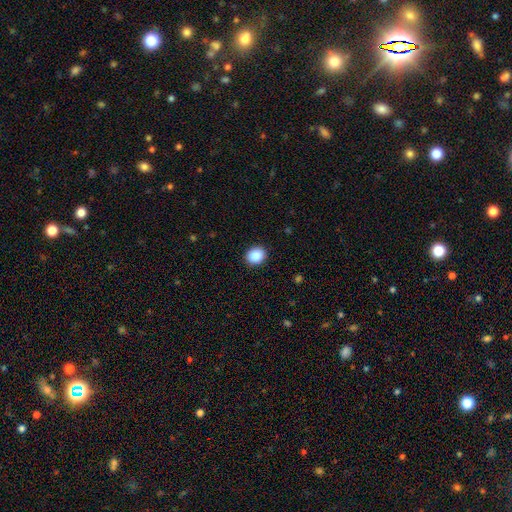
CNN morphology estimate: The model was most divided on "how rounded": round: 63%, in between: 37%, cigar-shaped: 1%. More confident: merging — none (91%); smooth or featured — smooth (88%).